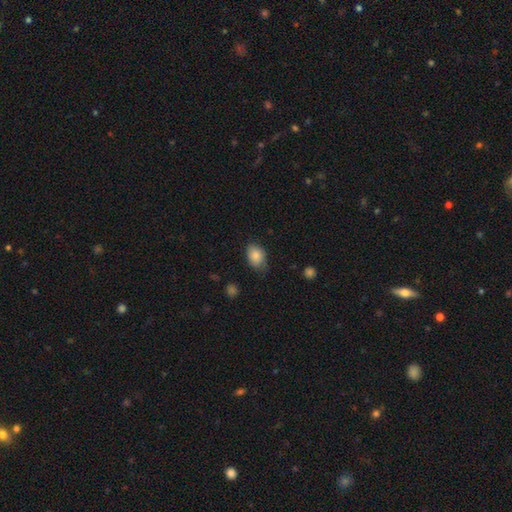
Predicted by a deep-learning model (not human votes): Morphology: type=smooth (86%); roundness=in between (79%); merging=none (70%).